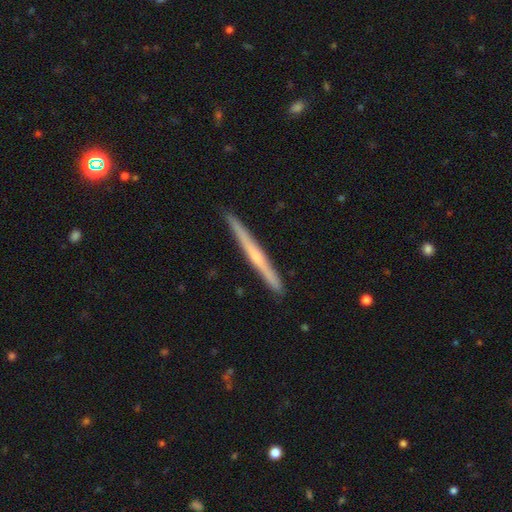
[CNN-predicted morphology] A featured or disk galaxy (63%) viewed edge-on (98%) with a rounded central bulge (48%).

Vote fractions:
- Smooth or featured? featured or disk: 63% / smooth: 32% / star or artifact: 5%
- Edge-on disk? yes: 98% / no: 2%
- Edge-on bulge? rounded: 48% / none: 47% / boxy: 5%
- Merging? none: 92% / minor disturbance: 6% / major disturbance: 1% / merger: 1%